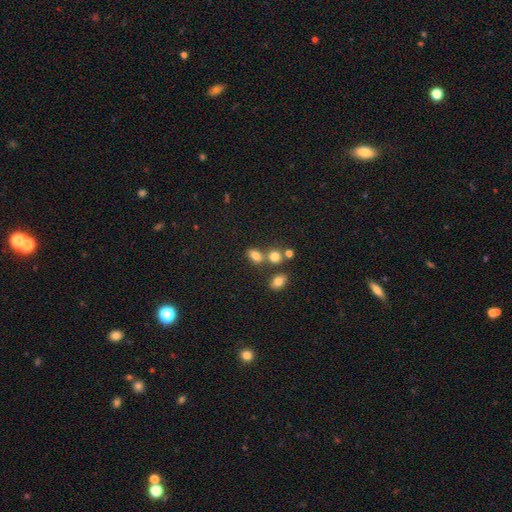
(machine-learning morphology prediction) Smooth or featured? Predicted: smooth (p=0.79). How rounded? Predicted: in between (p=0.78). Merging? Predicted: none (p=0.55).